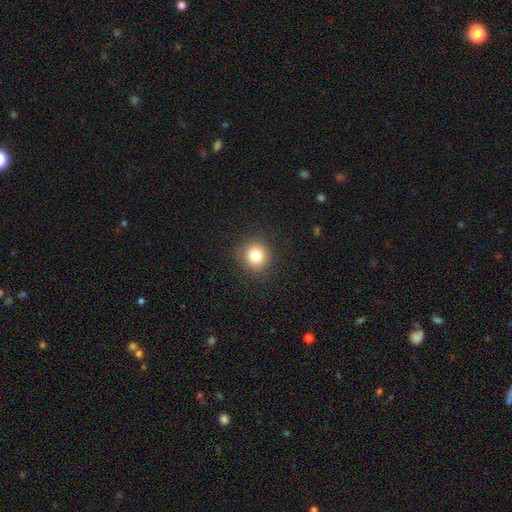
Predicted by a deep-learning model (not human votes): smooth 81%, star or artifact 12%, featured or disk 7%. Down the decision tree: how rounded — round (91%); merging — none (90%).